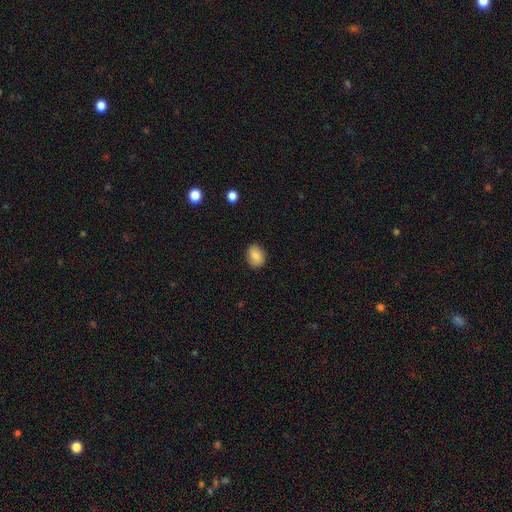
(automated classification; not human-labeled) smooth_or_featured: smooth (p=0.82) [alt: featured or disk p=0.10]
how_rounded: in between (p=0.65) [alt: round p=0.33]
merging: none (p=0.84) [alt: minor disturbance p=0.12]